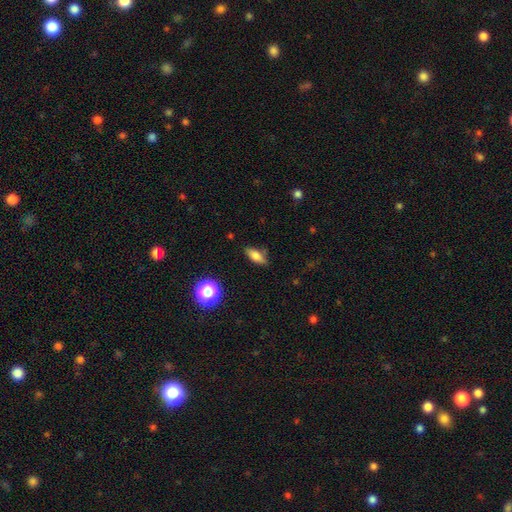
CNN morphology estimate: smooth 74%, featured or disk 16%, star or artifact 10%. Down the decision tree: how rounded — in between (72%); merging — none (79%).